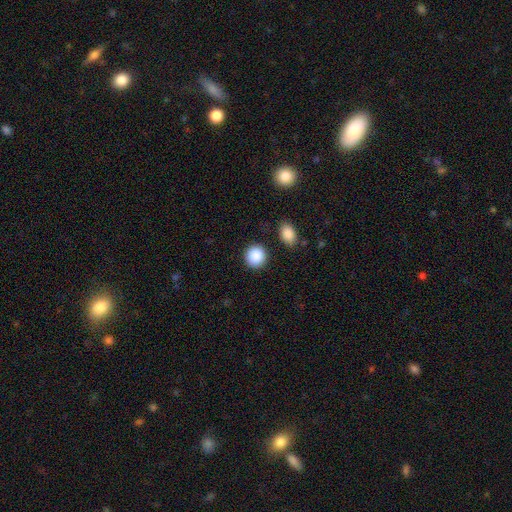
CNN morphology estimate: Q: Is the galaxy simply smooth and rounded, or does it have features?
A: smooth — 89%.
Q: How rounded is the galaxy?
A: round — 86%.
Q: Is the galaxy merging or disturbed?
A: none — 87%.